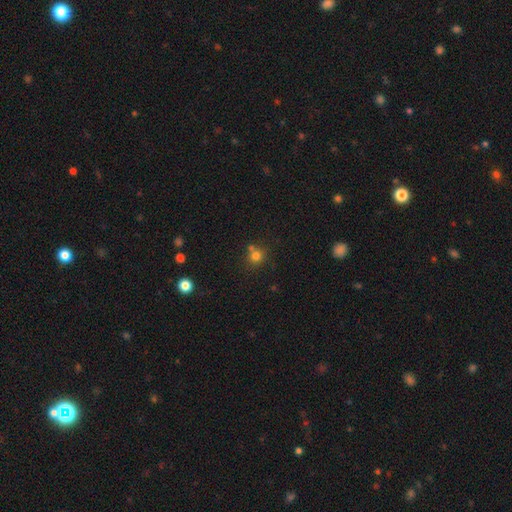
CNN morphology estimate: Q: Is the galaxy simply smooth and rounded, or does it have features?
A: smooth — 76%.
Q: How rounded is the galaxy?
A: round — 88%.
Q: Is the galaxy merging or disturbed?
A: none — 63%.